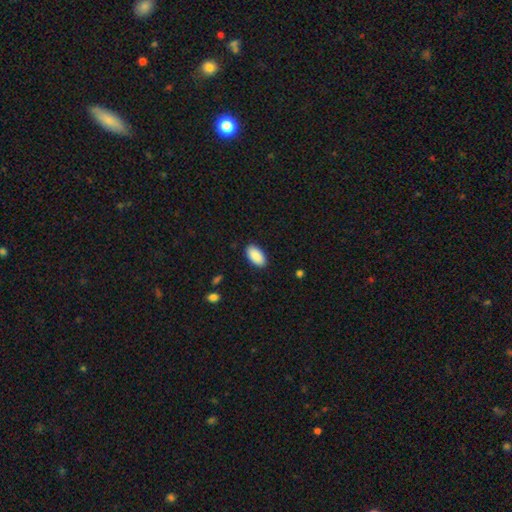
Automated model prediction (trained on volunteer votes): A smooth galaxy with no disk features (91%) that is in between round and cigar-shaped (96%).

Vote fractions:
- Smooth or featured? smooth: 91% / star or artifact: 6% / featured or disk: 3%
- How rounded? in between: 96% / round: 2% / cigar-shaped: 2%
- Merging? none: 89% / minor disturbance: 8% / major disturbance: 2% / merger: 1%